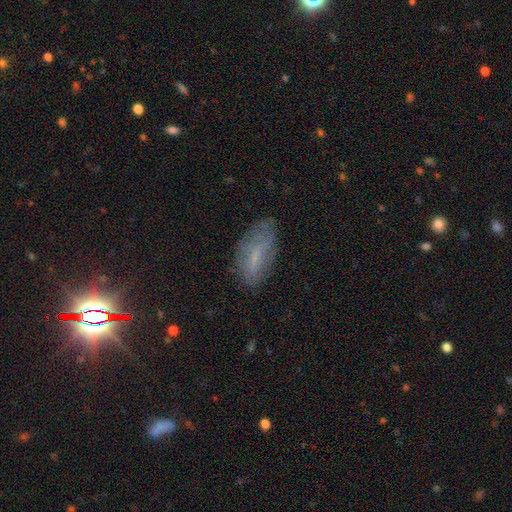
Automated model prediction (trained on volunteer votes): This is possibly a smooth galaxy (54%). How rounded: clearly in between (86%). Merging: likely none (67%).